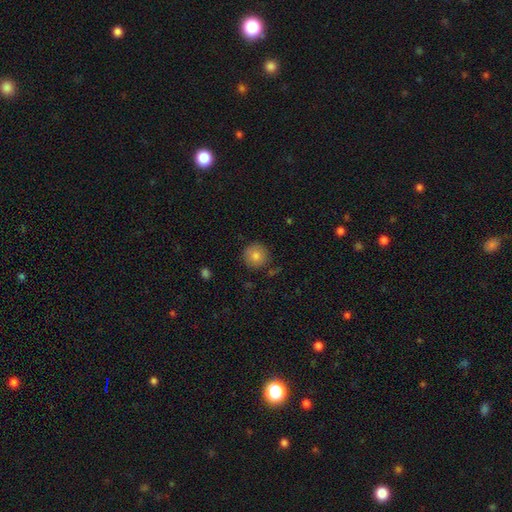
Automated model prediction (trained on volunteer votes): Smooth or featured? Predicted: smooth (p=0.80). How rounded? Predicted: round (p=0.95). Merging? Predicted: none (p=0.86).